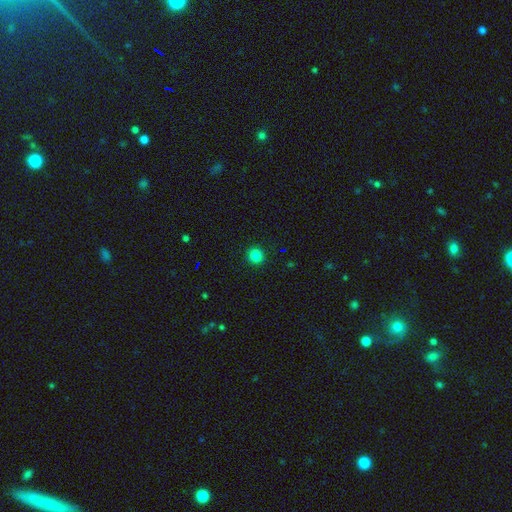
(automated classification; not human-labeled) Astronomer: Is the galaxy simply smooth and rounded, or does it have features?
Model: smooth — 84%.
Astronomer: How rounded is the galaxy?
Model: round — 90%.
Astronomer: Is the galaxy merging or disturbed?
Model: none — 92%.